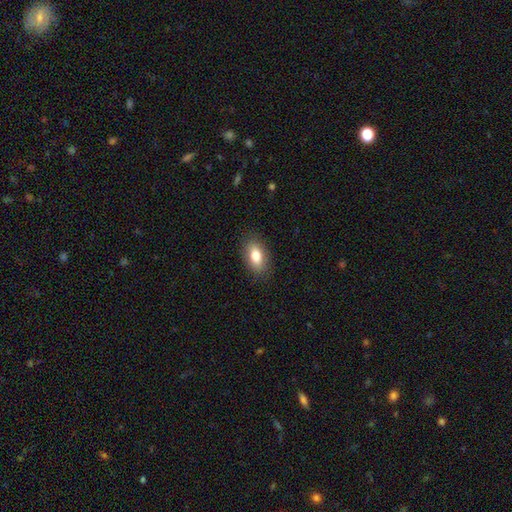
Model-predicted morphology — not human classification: Overall: smooth (80%). How rounded: in between (88%). Merging: none (87%).